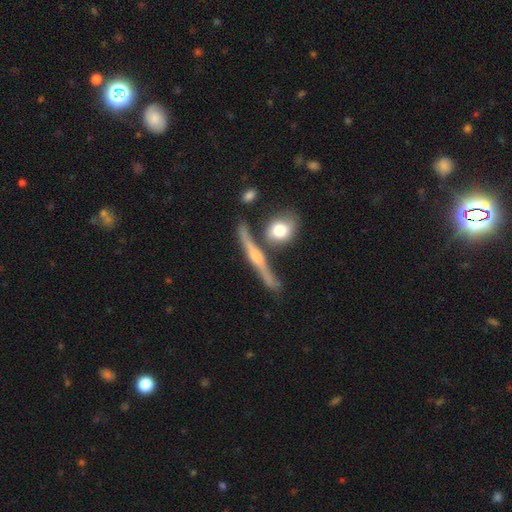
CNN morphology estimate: The model was most divided on "smooth or featured": featured or disk: 74%, smooth: 18%, star or artifact: 8%. More confident: edge-on disk — yes (95%); edge-on bulge — rounded (77%); merging — none (75%).